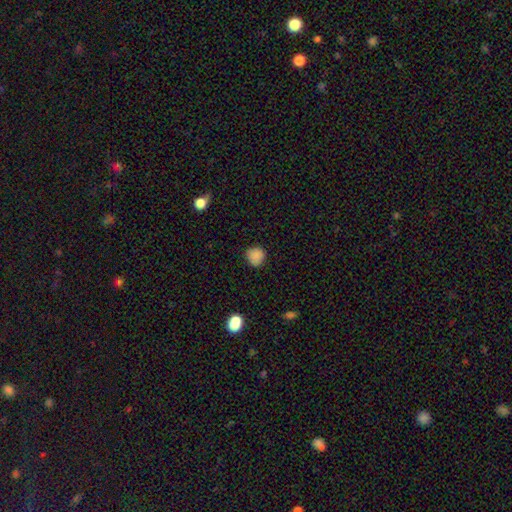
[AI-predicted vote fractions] A smooth galaxy with no disk features (85%) that is round (88%).

Vote fractions:
- Smooth or featured? smooth: 85% / star or artifact: 11% / featured or disk: 4%
- How rounded? round: 88% / in between: 11% / cigar-shaped: 1%
- Merging? none: 83% / minor disturbance: 12% / major disturbance: 3% / merger: 1%